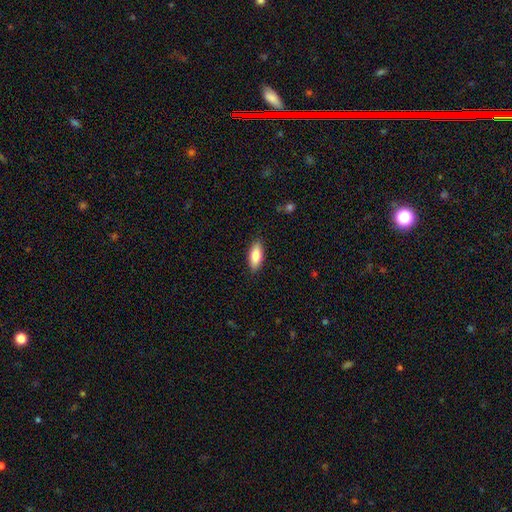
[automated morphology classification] This is clearly a smooth galaxy (84%). How rounded: likely in between (79%). Merging: clearly none (87%).